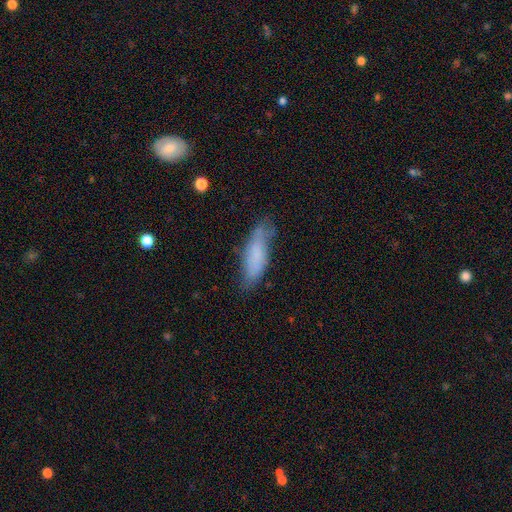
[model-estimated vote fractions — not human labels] Overall: smooth (70%). How rounded: cigar-shaped (51%; in between 48%). Merging: none (63%; minor disturbance 27%).